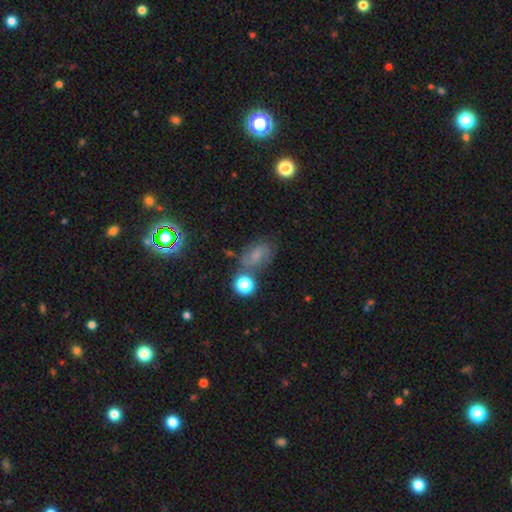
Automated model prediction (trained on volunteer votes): smooth_or_featured: smooth (p=0.48) [alt: featured or disk p=0.29]
merging: none (p=0.57) [alt: minor disturbance p=0.22]